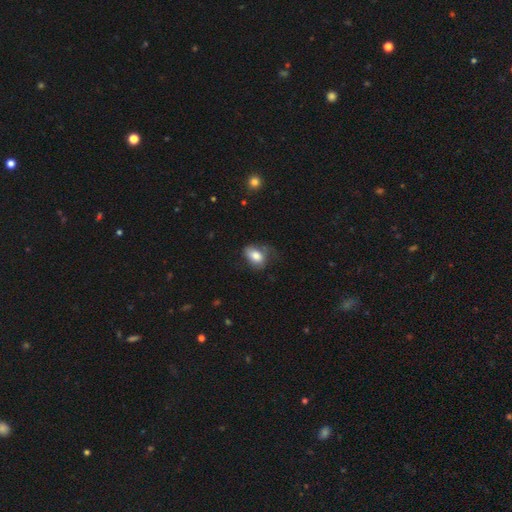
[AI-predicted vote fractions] Smooth or featured?
  - smooth: 79% *
  - featured or disk: 13%
  - star or artifact: 8%
How rounded?
  - in between: 85% *
  - round: 13%
  - cigar-shaped: 2%
Merging?
  - none: 48% *
  - minor disturbance: 32%
  - major disturbance: 18%
  - merger: 3%